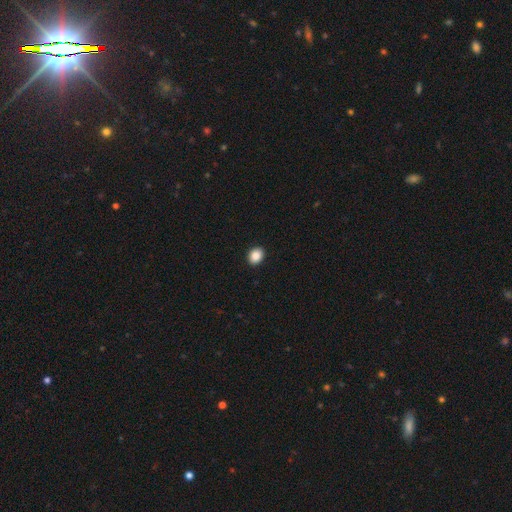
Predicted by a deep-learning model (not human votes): Overall: smooth (88%). How rounded: round (50%; in between 49%). Merging: none (92%).